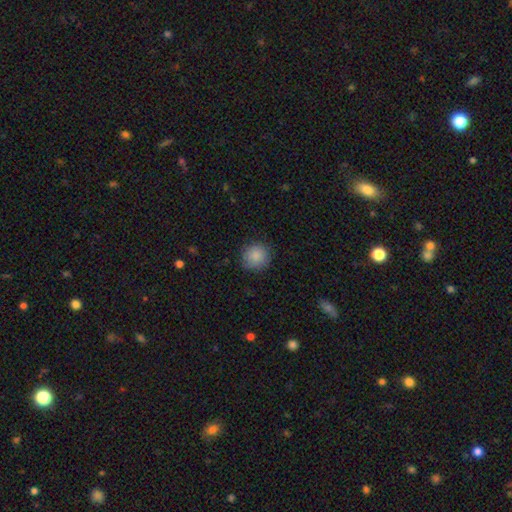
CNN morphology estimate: This is clearly a smooth galaxy (87%). How rounded: clearly round (92%). Merging: clearly none (86%).